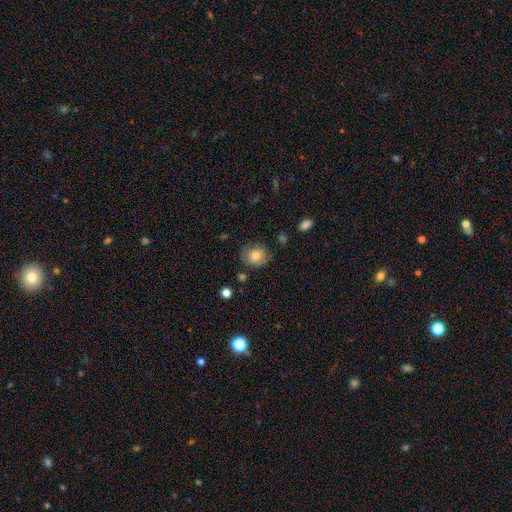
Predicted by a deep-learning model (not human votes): This appears to be a smooth galaxy with no disk features (75%) that is round (75%). Merging: none (73%).